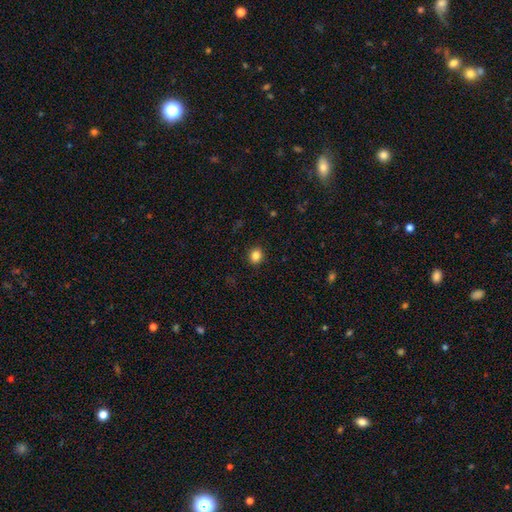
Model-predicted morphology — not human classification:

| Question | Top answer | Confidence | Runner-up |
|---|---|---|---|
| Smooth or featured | smooth | 85% | star or artifact (11%) |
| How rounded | round | 77% | in between (22%) |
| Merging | none | 91% | minor disturbance (6%) |